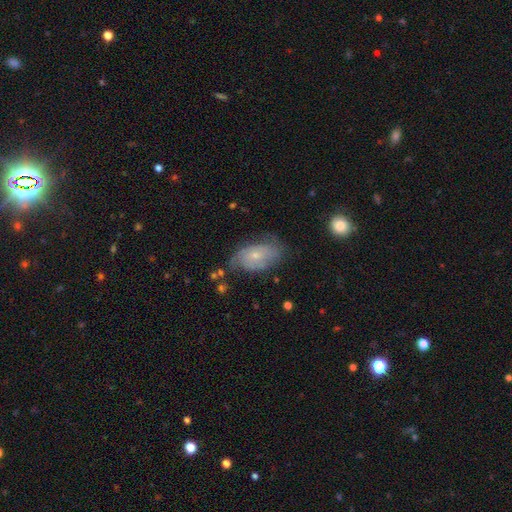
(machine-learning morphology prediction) A featured or disk galaxy (59%) with no bar (76%), spiral arms (81%) and a small central bulge (70%).

Vote fractions:
- Smooth or featured? featured or disk: 59% / smooth: 33% / star or artifact: 8%
- Edge-on disk? no: 95% / yes: 5%
- Bar? no: 76% / weak: 21% / strong: 3%
- Spiral arms? yes: 81% / no: 19%
- Bulge size? small: 70% / moderate: 25% / none: 2% / large: 1% / dominant: 1%
- Merging? none: 56% / minor disturbance: 29% / major disturbance: 12% / merger: 3%